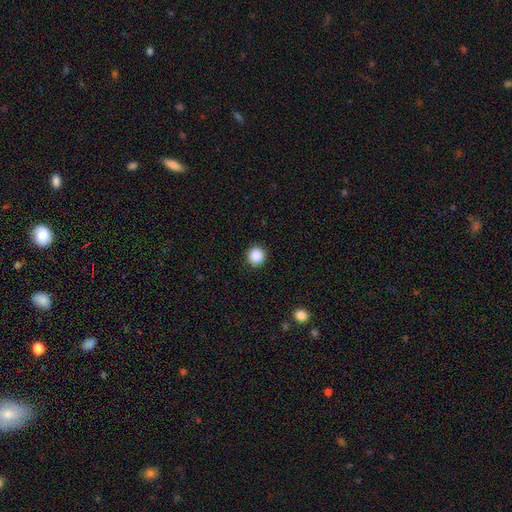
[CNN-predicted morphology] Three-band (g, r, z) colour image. It shows a smooth galaxy with no disk features (88%) that is round (93%). Merging: none (91%).